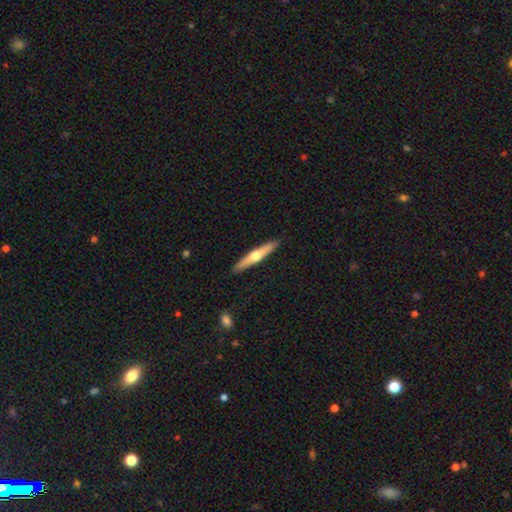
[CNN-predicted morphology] Overall: featured or disk (55%; smooth 40%). Edge-on disk: yes (95%). Edge-on bulge: rounded (91%). Merging: none (90%).